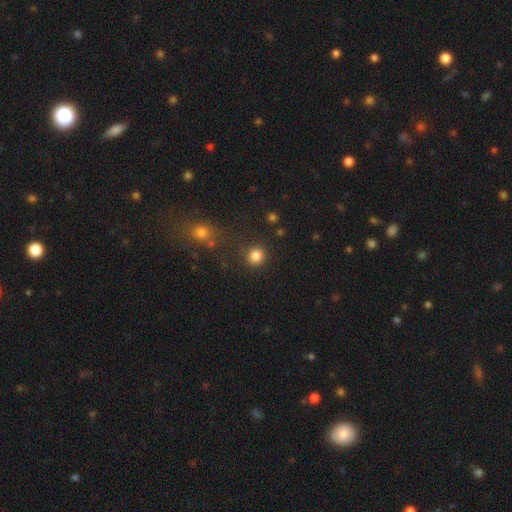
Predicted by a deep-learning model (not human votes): A smooth galaxy with no disk features (84%) that is round (91%). Merging: none (84%).